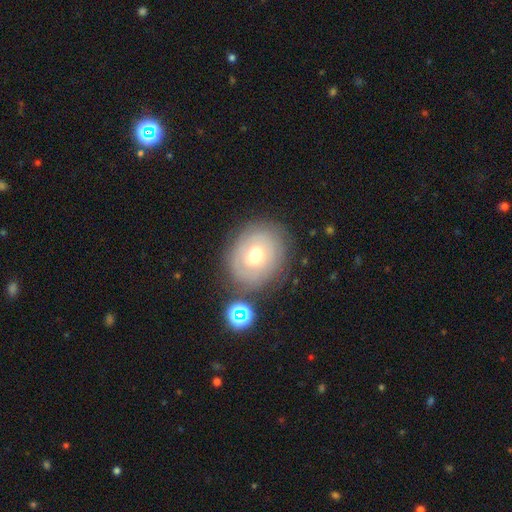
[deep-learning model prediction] Morphology: type=featured or disk (55%); edge-on=no (96%); bar=no (73%); spiral arms=yes (64%); bulge=moderate (69%); merging=none (72%).